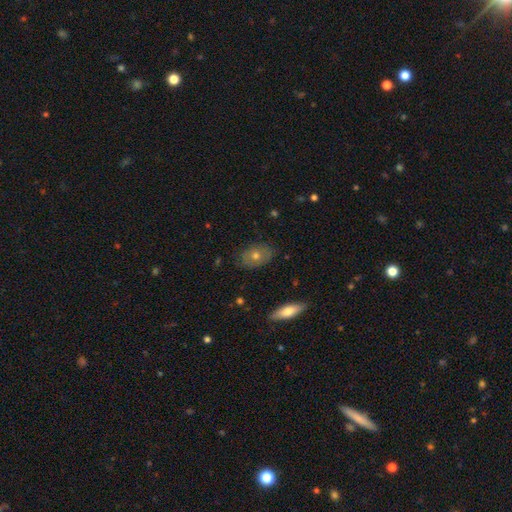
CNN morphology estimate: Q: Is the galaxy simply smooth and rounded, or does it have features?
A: smooth — 49%.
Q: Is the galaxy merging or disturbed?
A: none — 82%.